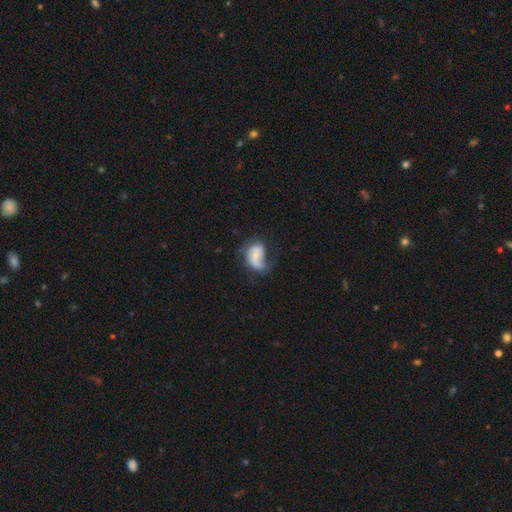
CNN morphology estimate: Q: Smooth or featured?
A: featured or disk (52%); runner-up: smooth (41%)
Q: Edge-on disk?
A: no (97%); runner-up: yes (3%)
Q: Bar?
A: no (64%); runner-up: weak (28%)
Q: Spiral arms?
A: yes (79%); runner-up: no (21%)
Q: Bulge size?
A: small (45%); runner-up: none (31%)
Q: Merging?
A: major disturbance (35%); runner-up: none (33%)